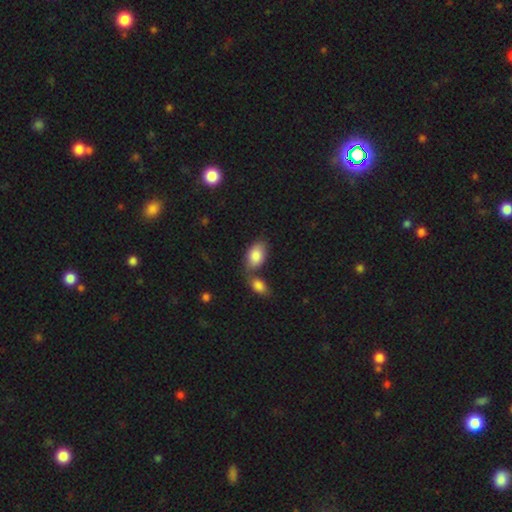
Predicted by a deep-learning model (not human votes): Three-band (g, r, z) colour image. It shows a smooth galaxy with no disk features (84%) that is in between round and cigar-shaped (92%). Merging: none (47%).